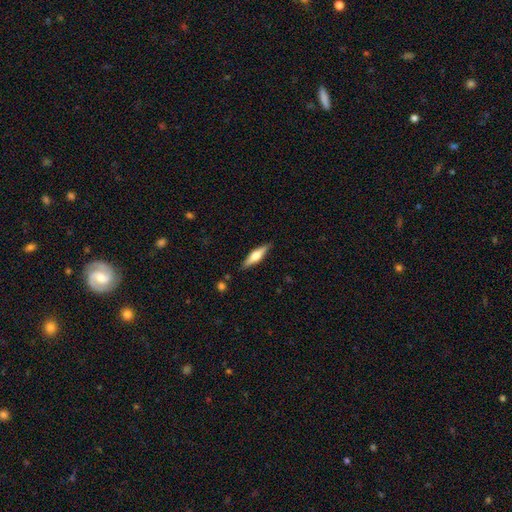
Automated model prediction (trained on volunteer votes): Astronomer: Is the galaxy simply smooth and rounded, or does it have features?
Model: featured or disk — 53% (runner-up: smooth, 41%).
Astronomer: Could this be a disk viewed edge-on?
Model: yes — 95%.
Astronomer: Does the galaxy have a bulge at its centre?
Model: rounded — 91%.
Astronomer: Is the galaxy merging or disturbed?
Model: none — 87%.